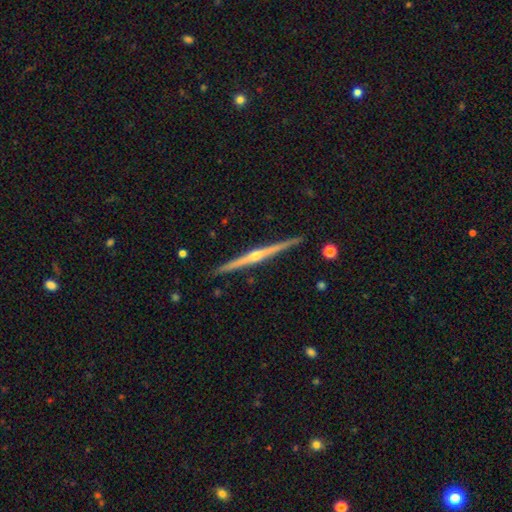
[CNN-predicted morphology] Smooth or featured? Predicted: featured or disk (p=0.87). Edge-on disk? Predicted: yes (p=0.99). Edge-on bulge? Predicted: rounded (p=0.90). Merging? Predicted: none (p=0.92).